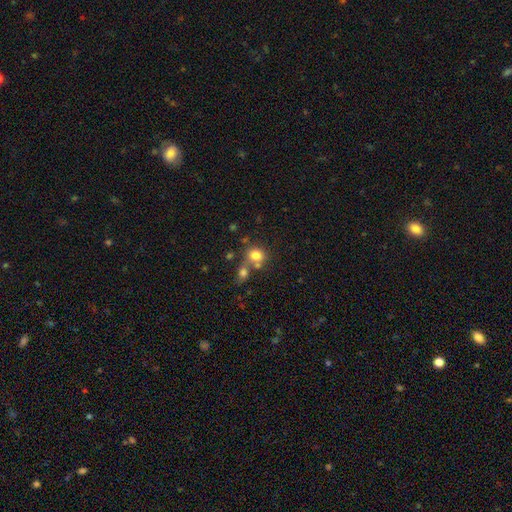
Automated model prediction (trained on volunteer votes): Overall: smooth (78%). How rounded: round (74%). Merging: none (47%; merger 38%).